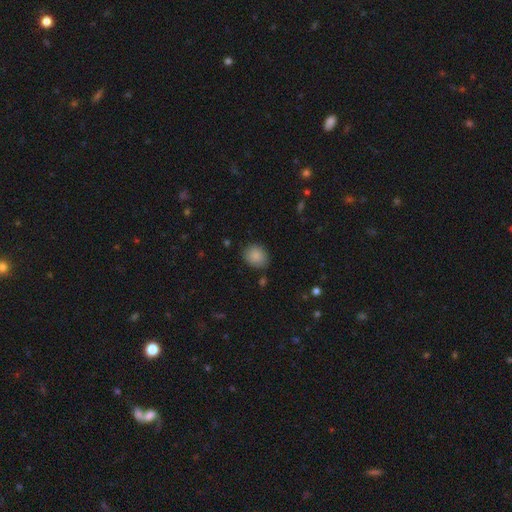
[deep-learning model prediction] Overall: smooth (87%). How rounded: round (55%; in between 44%). Merging: none (82%).